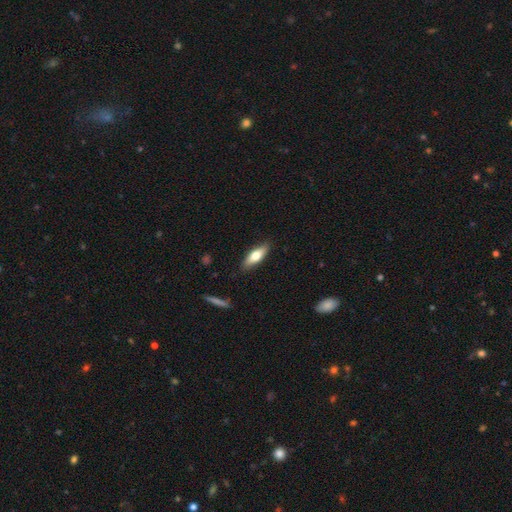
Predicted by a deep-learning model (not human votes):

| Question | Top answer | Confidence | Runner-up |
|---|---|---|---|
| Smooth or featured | smooth | 66% | featured or disk (28%) |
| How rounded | in between | 60% | cigar-shaped (37%) |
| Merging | none | 86% | minor disturbance (11%) |